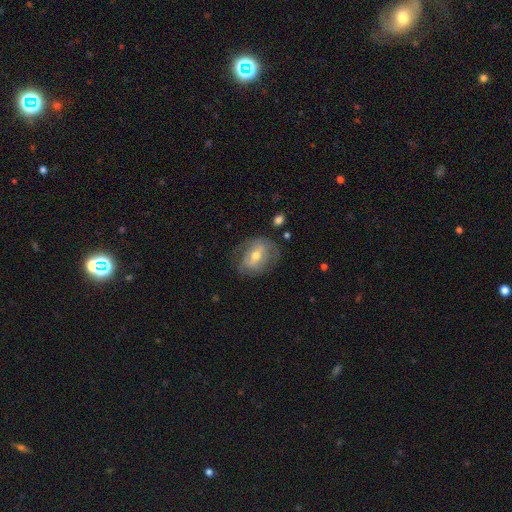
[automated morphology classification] This appears to be a featured or disk galaxy (57%) with a weak bar (40%), spiral arms (59%) and a moderate central bulge (68%). Merging: none (62%).